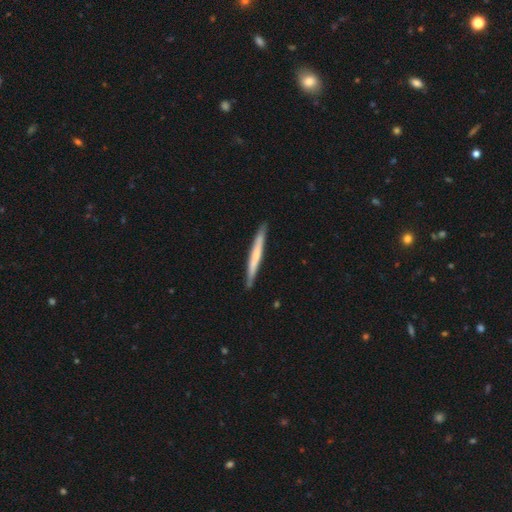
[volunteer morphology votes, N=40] smooth-or-featured: smooth: 55% | featured or disk: 42% | star or artifact: 2%
  how-rounded: cigar-shaped: 100% | round: 0% | in between: 0%
  merging: none: 87% | minor disturbance: 8% | major disturbance: 5% | merger: 0%